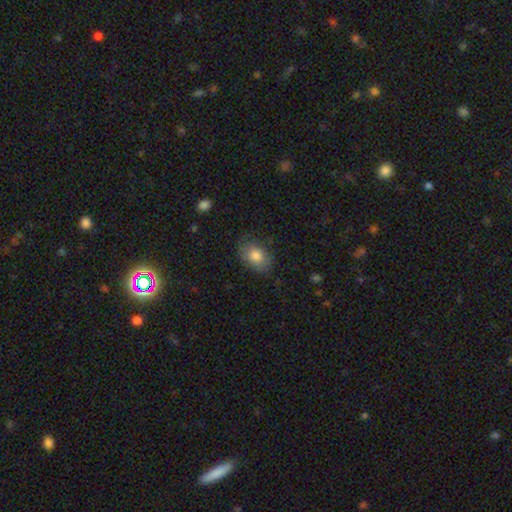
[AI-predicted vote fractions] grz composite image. It shows a smooth galaxy with no disk features (80%) that is in between round and cigar-shaped (80%). Merging: none (75%).